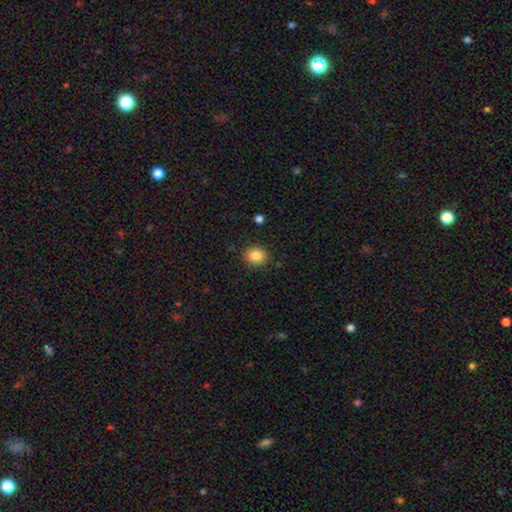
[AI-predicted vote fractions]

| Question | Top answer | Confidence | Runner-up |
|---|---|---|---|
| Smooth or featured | smooth | 86% | star or artifact (9%) |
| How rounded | round | 65% | in between (34%) |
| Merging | none | 89% | minor disturbance (7%) |